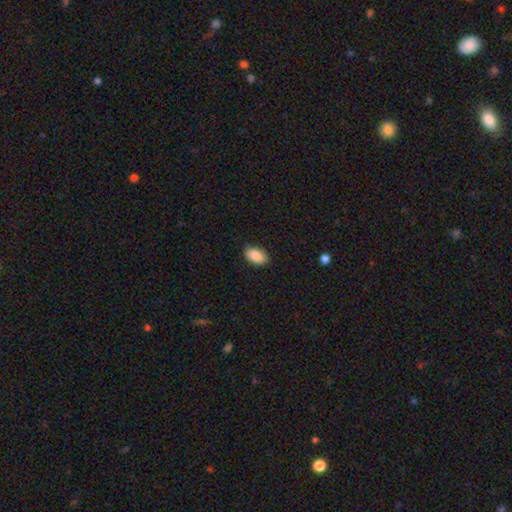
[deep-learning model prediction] This is clearly a smooth galaxy (90%). How rounded: clearly in between (93%). Merging: clearly none (82%).